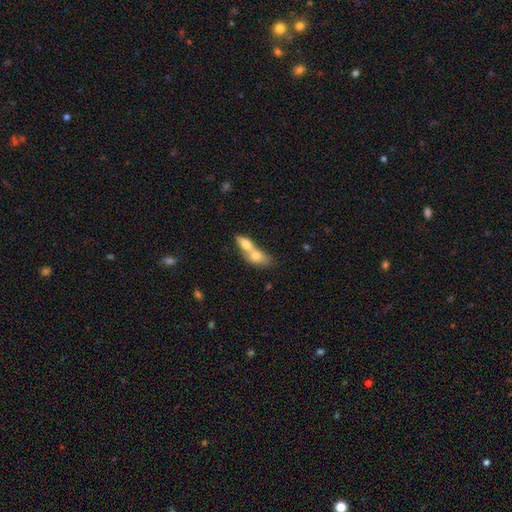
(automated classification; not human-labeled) This appears to be a smooth galaxy with no disk features (69%) that is in between round and cigar-shaped (69%). Merging: merger (79%).